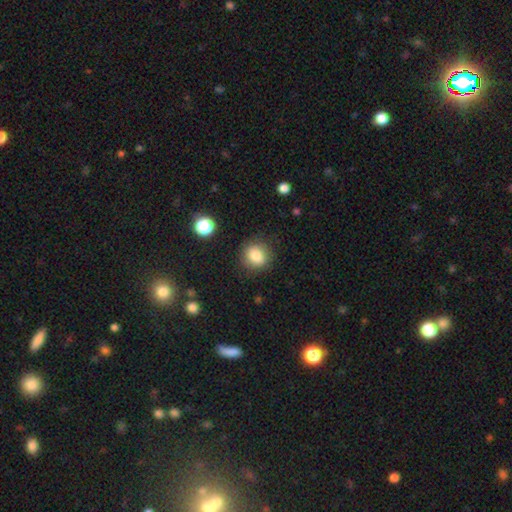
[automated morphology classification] Overall: smooth (83%). How rounded: round (83%). Merging: none (85%).